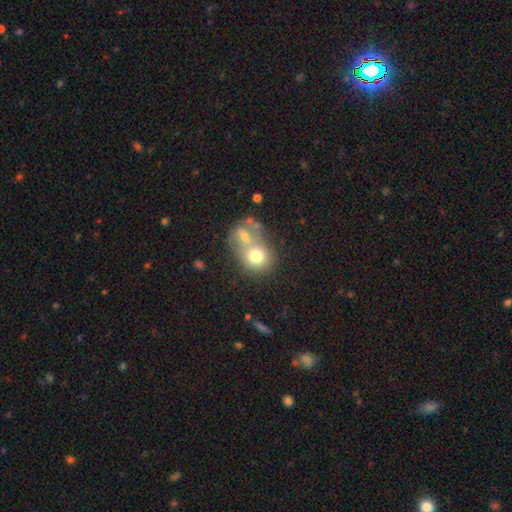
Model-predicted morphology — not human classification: This is likely a smooth galaxy (70%). How rounded: likely round (71%). Merging: possibly merger (60%).